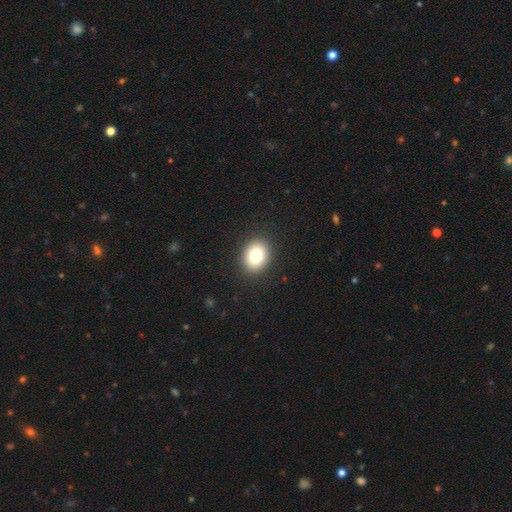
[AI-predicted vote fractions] Q: Smooth or featured?
A: smooth (81%); runner-up: featured or disk (10%)
Q: How rounded?
A: round (51%); runner-up: in between (48%)
Q: Merging?
A: none (90%); runner-up: minor disturbance (7%)